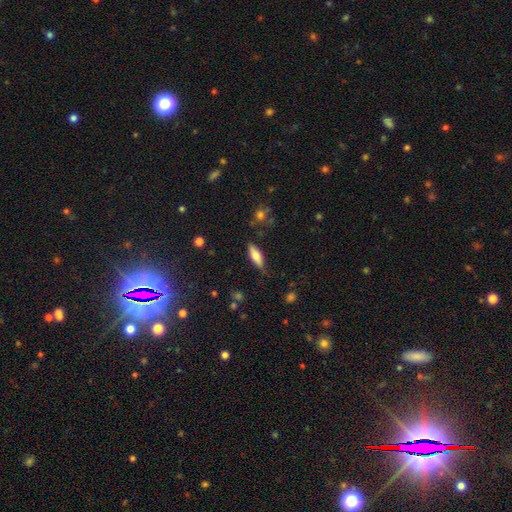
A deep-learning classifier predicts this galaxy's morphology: Smooth or featured? Predicted: smooth (p=0.72). How rounded? Predicted: in between (p=0.61). Merging? Predicted: none (p=0.79).